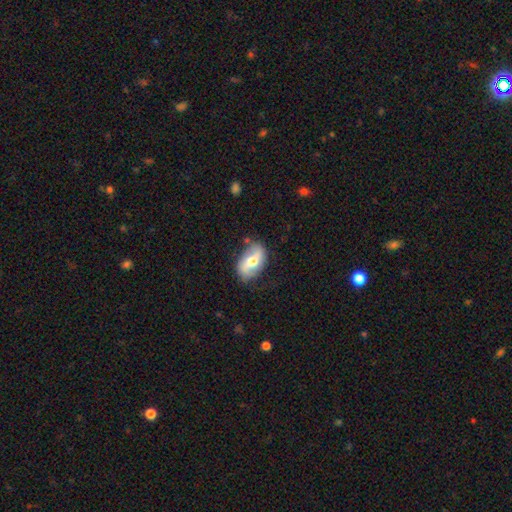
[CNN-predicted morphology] A featured or disk galaxy (53%).

Vote fractions:
- Smooth or featured? featured or disk: 53% / smooth: 40% / star or artifact: 6%
- Edge-on disk? no: 89% / yes: 11%
- Merging? none: 74% / minor disturbance: 18% / major disturbance: 5% / merger: 3%